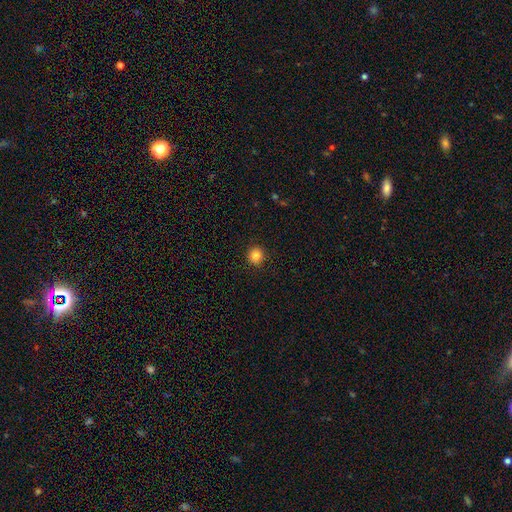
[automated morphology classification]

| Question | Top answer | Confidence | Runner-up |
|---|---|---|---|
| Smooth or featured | smooth | 84% | star or artifact (11%) |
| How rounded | round | 92% | in between (7%) |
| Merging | none | 92% | minor disturbance (5%) |